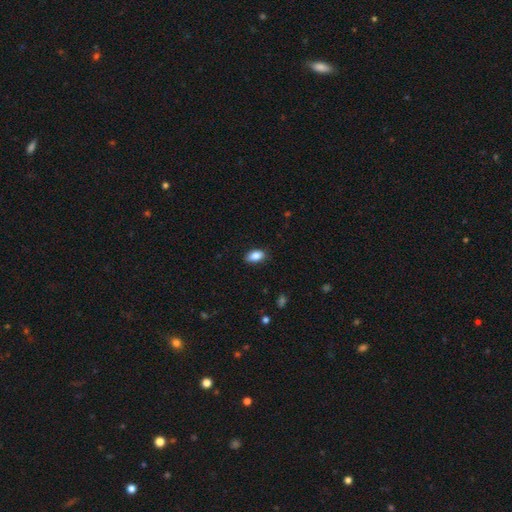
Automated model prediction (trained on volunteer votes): The model was most divided on "merging": none: 85%, minor disturbance: 12%, major disturbance: 2%, merger: 1%. More confident: how rounded — in between (90%); smooth or featured — smooth (86%).